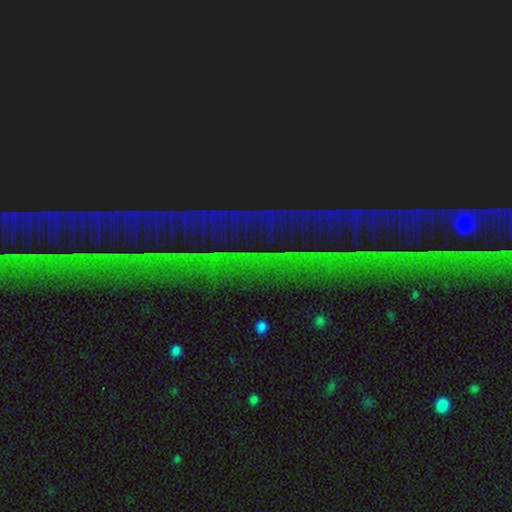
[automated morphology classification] Smooth or featured? star or artifact (88%)